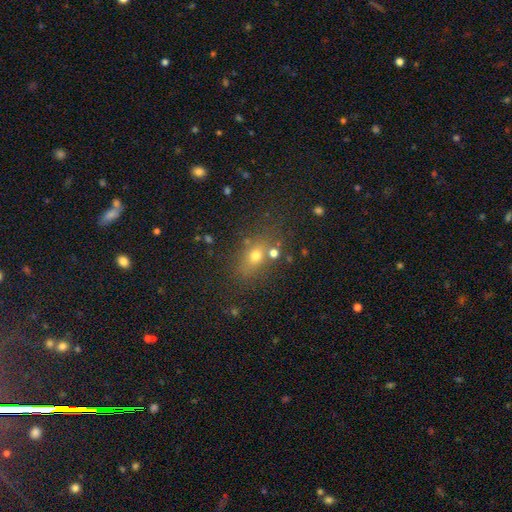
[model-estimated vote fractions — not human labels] Overall: smooth (66%). How rounded: in between (59%; round 35%). Merging: none (70%).